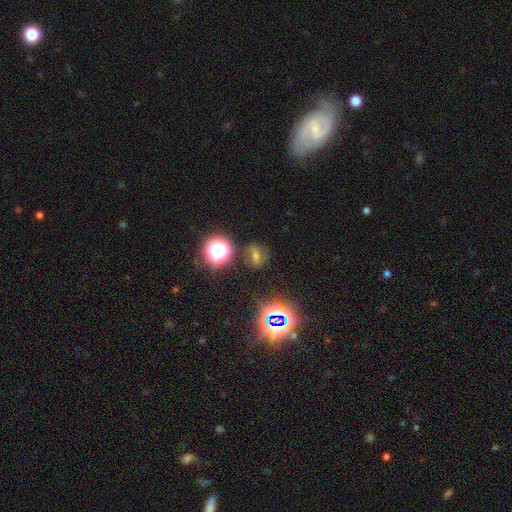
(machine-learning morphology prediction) Smooth or featured? star or artifact (49%)